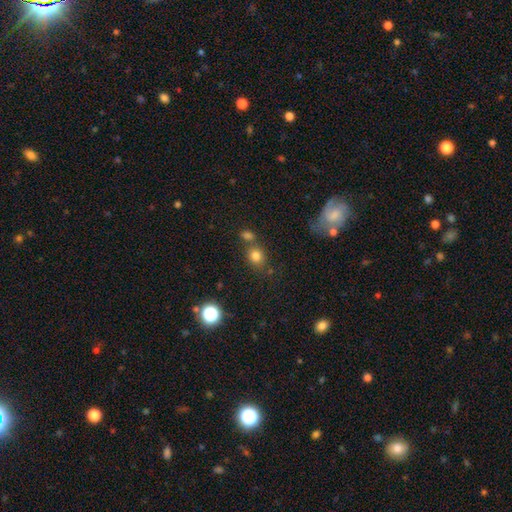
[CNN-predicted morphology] Smooth or featured?
  - smooth: 78% *
  - star or artifact: 15%
  - featured or disk: 7%
How rounded?
  - round: 65% *
  - in between: 33%
  - cigar-shaped: 1%
Merging?
  - none: 61% *
  - merger: 23%
  - minor disturbance: 11%
  - major disturbance: 5%